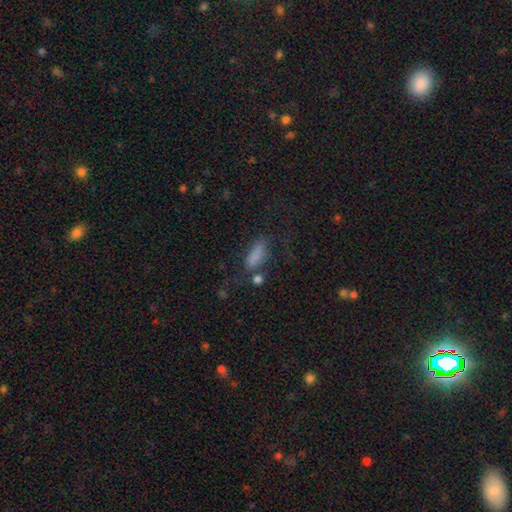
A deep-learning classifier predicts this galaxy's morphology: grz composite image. It shows a smooth galaxy with no disk features (74%) that is in between round and cigar-shaped (64%). Merging: none (49%).